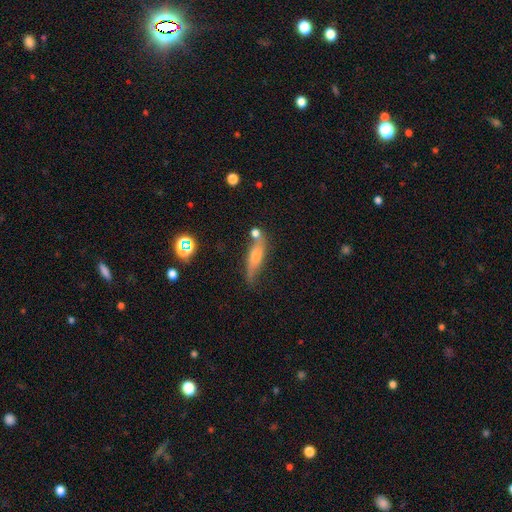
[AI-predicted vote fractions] The model was most divided on "smooth or featured": smooth: 49%, featured or disk: 40%, star or artifact: 10%. More confident: merging — none (54%).